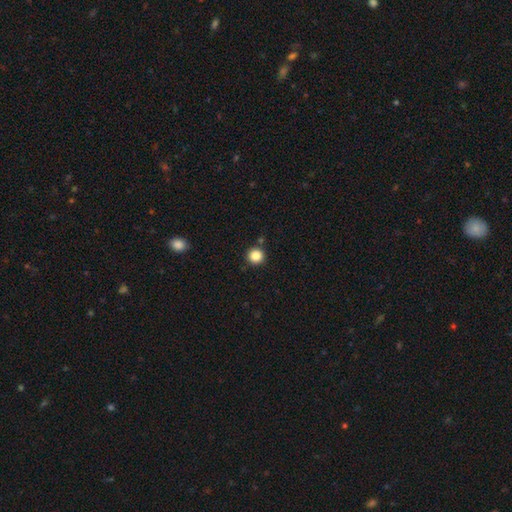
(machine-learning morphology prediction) Overall: smooth (86%). How rounded: round (95%). Merging: none (89%).